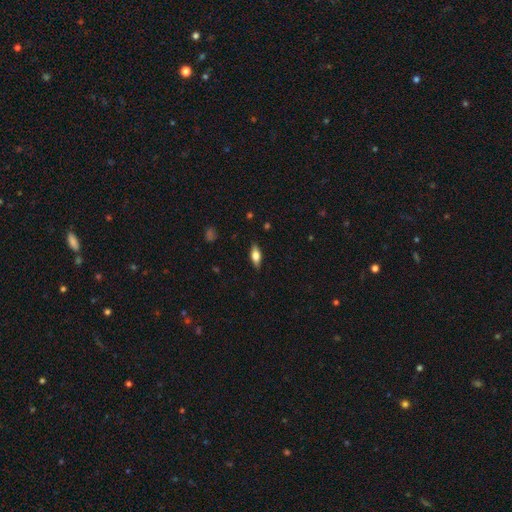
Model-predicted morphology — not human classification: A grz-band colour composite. It shows a smooth galaxy with no disk features (65%) that is in between round and cigar-shaped (78%). Merging: none (86%).